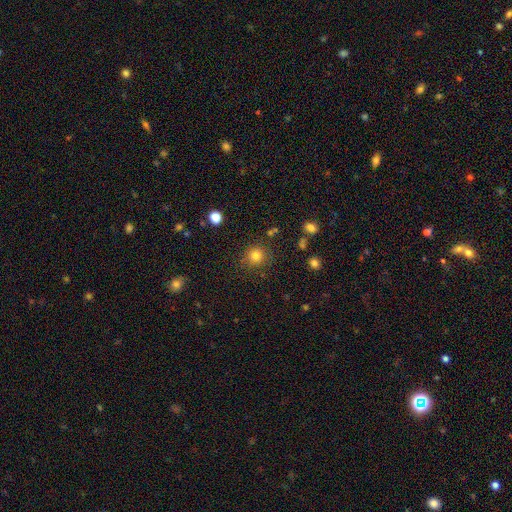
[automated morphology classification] A smooth galaxy with no disk features (81%) that is round (92%). Merging: none (85%).